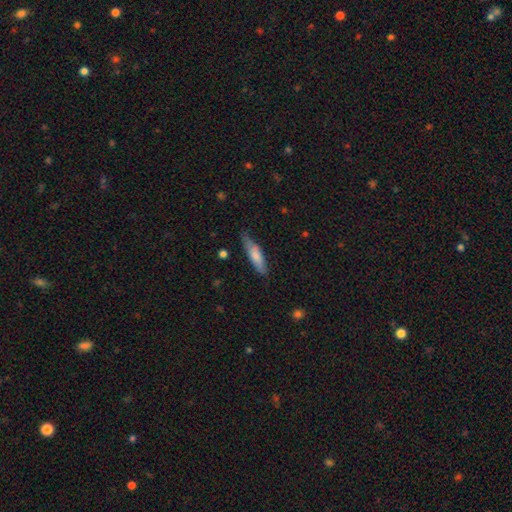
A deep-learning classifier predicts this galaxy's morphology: Smooth or featured: smooth — 73% (featured or disk — 21%)
How rounded: cigar-shaped — 64% (in between — 34%)
Merging: none — 69% (minor disturbance — 25%)